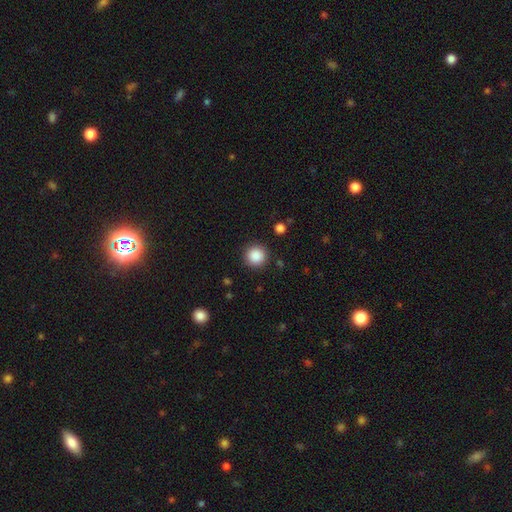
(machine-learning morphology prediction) Smooth or featured: smooth — 87% (star or artifact — 10%)
How rounded: round — 95% (in between — 4%)
Merging: none — 90% (minor disturbance — 6%)